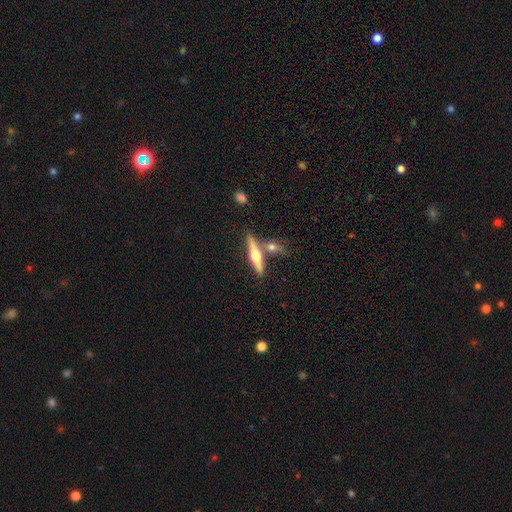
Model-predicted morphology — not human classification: This is likely a featured or disk galaxy (61%). It is clearly viewed edge-on (95%). Edge-on bulge: clearly rounded (95%). Merging: likely none (62%).